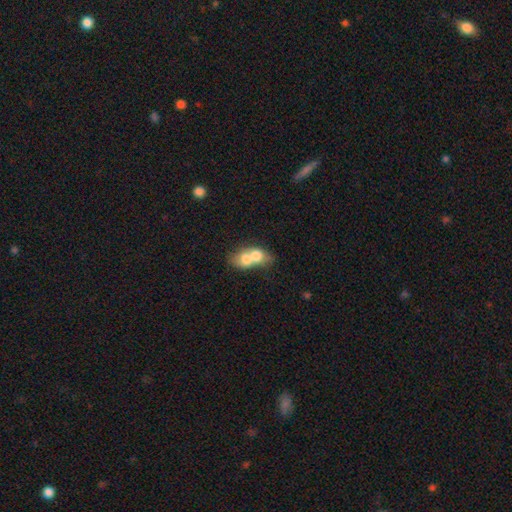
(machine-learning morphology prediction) type=smooth (66%); roundness=in between (62%); merging=merger (77%).